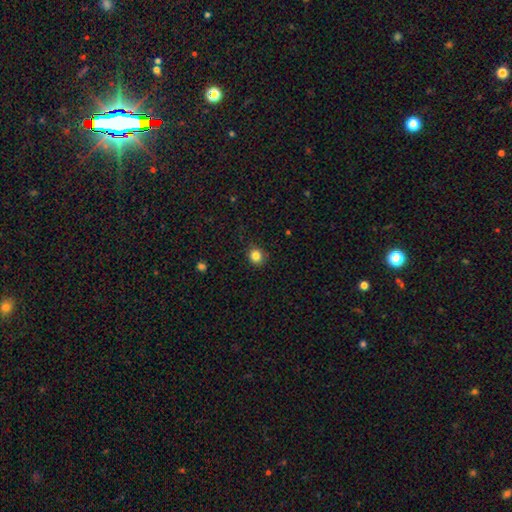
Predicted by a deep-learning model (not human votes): The model was most divided on "how rounded": round: 86%, in between: 13%, cigar-shaped: 1%. More confident: merging — none (89%); smooth or featured — smooth (84%).